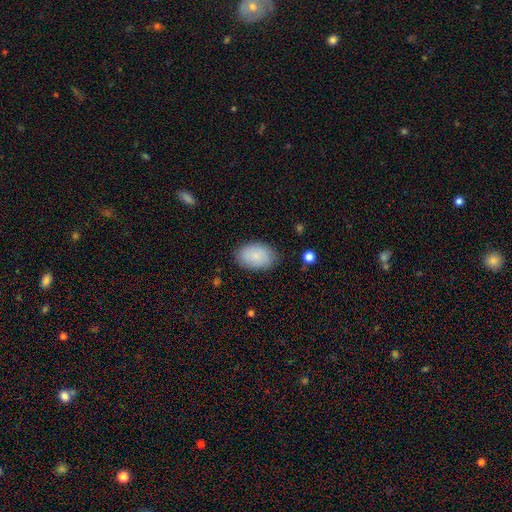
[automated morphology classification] Smooth or featured? smooth (82%)
How rounded? in between (90%)
Merging? none (82%)